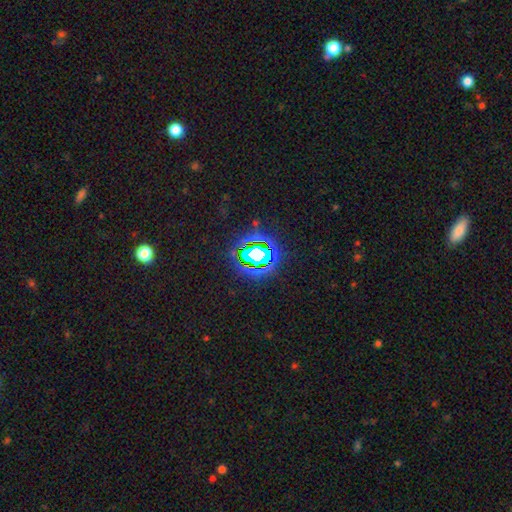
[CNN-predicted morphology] A star or artifact, not a galaxy (70%).